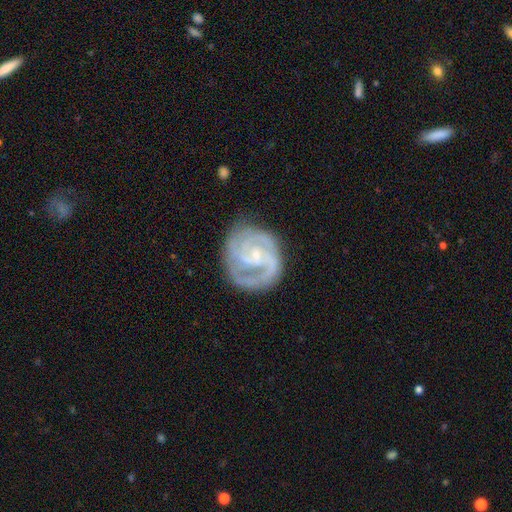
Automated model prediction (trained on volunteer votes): Q: Smooth or featured?
A: featured or disk (88%); runner-up: smooth (7%)
Q: Edge-on disk?
A: no (98%); runner-up: yes (2%)
Q: Bar?
A: no (50%); runner-up: weak (39%)
Q: Spiral arms?
A: yes (97%); runner-up: no (3%)
Q: Spiral winding?
A: tight (62%); runner-up: medium (33%)
Q: Spiral arm count?
A: 2 (45%); runner-up: 3 (28%)
Q: Bulge size?
A: small (74%); runner-up: moderate (21%)
Q: Merging?
A: none (69%); runner-up: minor disturbance (20%)